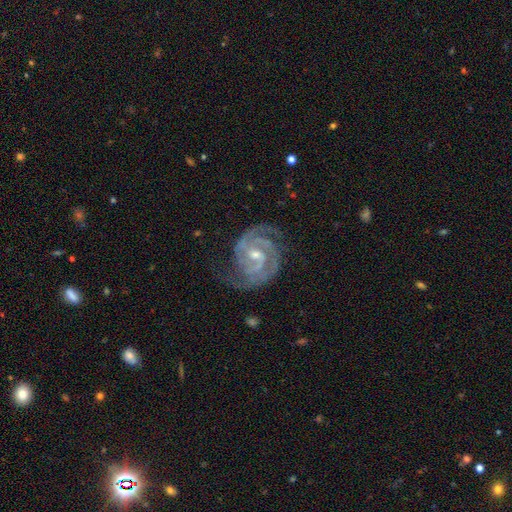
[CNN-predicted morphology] Smooth or featured? Predicted: featured or disk (p=0.93). Edge-on disk? Predicted: no (p=0.98). Bar? Predicted: weak (p=0.52). Spiral arms? Predicted: yes (p=0.98). Spiral winding? Predicted: tight (p=0.60). Spiral arm count? Predicted: 2 (p=0.57). Bulge size? Predicted: moderate (p=0.49). Merging? Predicted: none (p=0.71).